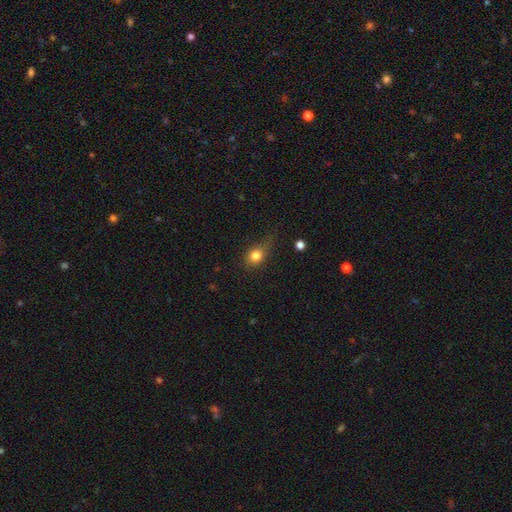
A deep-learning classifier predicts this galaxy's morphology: A smooth galaxy with no disk features (80%) that is round (60%).

Vote fractions:
- Smooth or featured? smooth: 80% / star or artifact: 11% / featured or disk: 9%
- How rounded? round: 60% / in between: 38% / cigar-shaped: 2%
- Merging? none: 52% / minor disturbance: 30% / major disturbance: 15% / merger: 3%